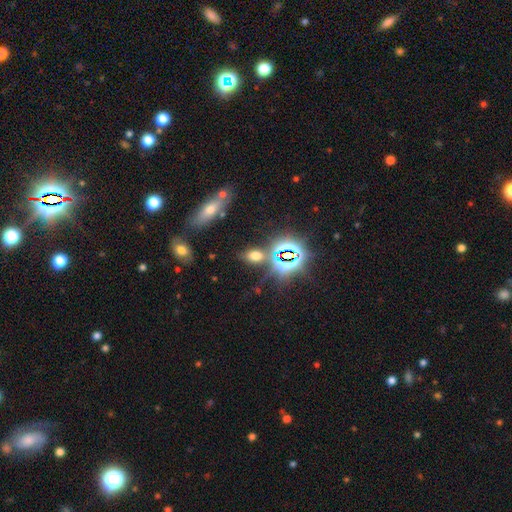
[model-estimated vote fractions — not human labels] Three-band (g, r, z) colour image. It shows a smooth galaxy with no disk features (52%) that is in between round and cigar-shaped (78%). Merging: none (72%).